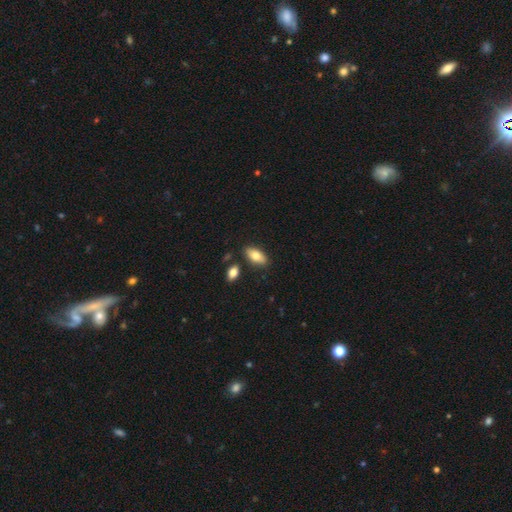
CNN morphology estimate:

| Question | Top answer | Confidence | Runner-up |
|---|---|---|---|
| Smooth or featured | smooth | 79% | featured or disk (15%) |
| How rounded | in between | 90% | cigar-shaped (7%) |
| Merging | none | 82% | minor disturbance (10%) |